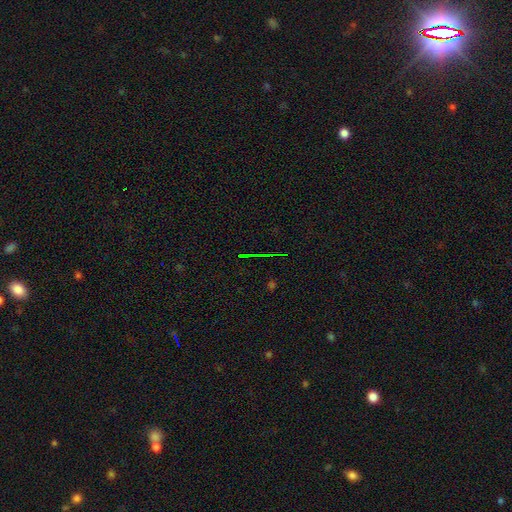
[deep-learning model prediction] Smooth or featured?
  - star or artifact: 76% *
  - smooth: 12%
  - featured or disk: 12%